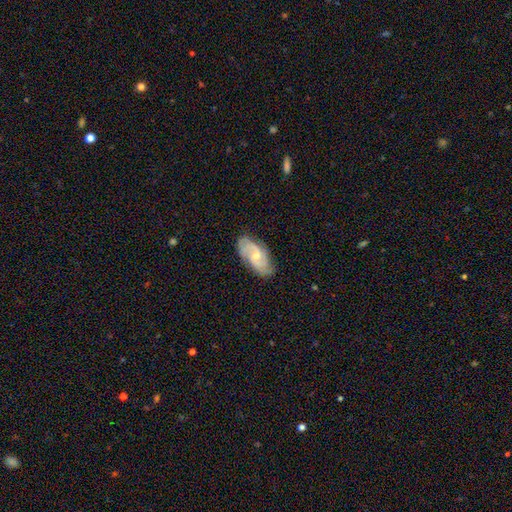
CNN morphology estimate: Smooth or featured? Predicted: featured or disk (p=0.78). Edge-on disk? Predicted: no (p=0.95). Bar? Predicted: no (p=0.57). Spiral arms? Predicted: yes (p=0.95). Spiral winding? Predicted: medium (p=0.47). Spiral arm count? Predicted: 2 (p=0.53). Bulge size? Predicted: small (p=0.53). Merging? Predicted: none (p=0.78).